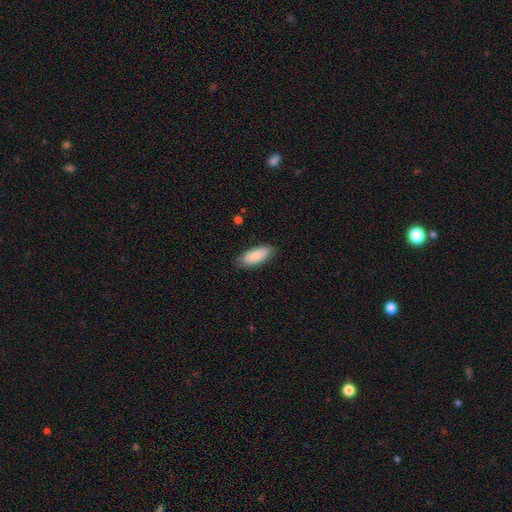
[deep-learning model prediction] Smooth or featured?
  - smooth: 84% *
  - featured or disk: 10%
  - star or artifact: 6%
How rounded?
  - in between: 84% *
  - cigar-shaped: 14%
  - round: 2%
Merging?
  - none: 84% *
  - minor disturbance: 13%
  - major disturbance: 2%
  - merger: 1%